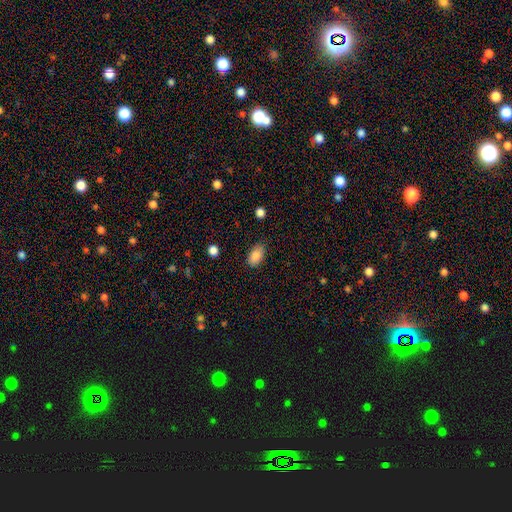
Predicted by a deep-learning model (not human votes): Smooth or featured? Predicted: smooth (p=0.86). How rounded? Predicted: in between (p=0.91). Merging? Predicted: none (p=0.80).